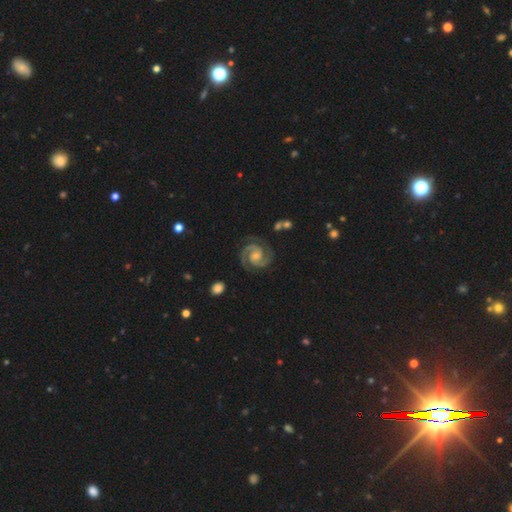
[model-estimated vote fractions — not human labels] smooth_or_featured: featured or disk (p=0.93) [alt: star or artifact p=0.04]
disk_edge_on: no (p=0.98) [alt: yes p=0.02]
bar: no (p=0.54) [alt: weak p=0.35]
has_spiral_arms: yes (p=0.99) [alt: no p=0.01]
spiral_winding: tight (p=0.52) [alt: medium p=0.43]
spiral_arm_count: 2 (p=0.90) [alt: 3 p=0.04]
bulge_size: small (p=0.52) [alt: moderate p=0.38]
merging: none (p=0.81) [alt: minor disturbance p=0.13]